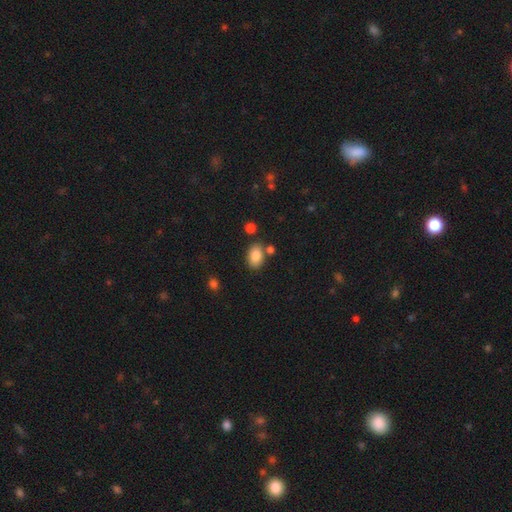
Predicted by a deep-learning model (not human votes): A smooth galaxy with no disk features (84%) that is in between round and cigar-shaped (85%).

Vote fractions:
- Smooth or featured? smooth: 84% / star or artifact: 8% / featured or disk: 7%
- How rounded? in between: 85% / round: 14% / cigar-shaped: 1%
- Merging? none: 74% / minor disturbance: 13% / merger: 10% / major disturbance: 3%